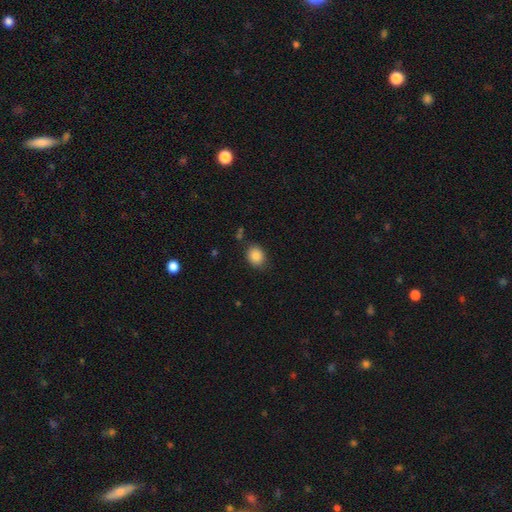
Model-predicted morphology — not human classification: This appears to be a smooth galaxy with no disk features (87%) that is in between round and cigar-shaped (51%). Merging: none (83%).